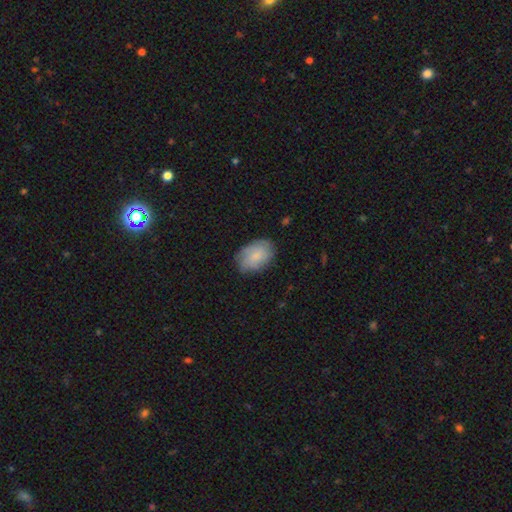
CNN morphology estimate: smooth_or_featured: smooth (p=0.72) [alt: featured or disk p=0.21]
how_rounded: in between (p=0.86) [alt: round p=0.13]
merging: none (p=0.73) [alt: minor disturbance p=0.21]